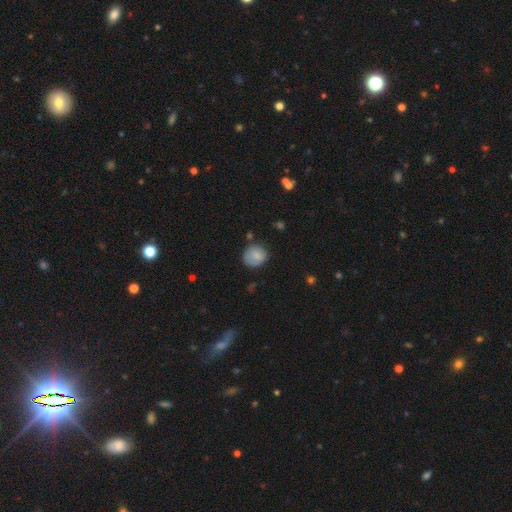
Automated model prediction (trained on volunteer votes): A smooth galaxy with no disk features (77%) that is round (81%).

Vote fractions:
- Smooth or featured? smooth: 77% / featured or disk: 14% / star or artifact: 8%
- How rounded? round: 81% / in between: 18% / cigar-shaped: 1%
- Merging? none: 68% / minor disturbance: 22% / major disturbance: 6% / merger: 3%